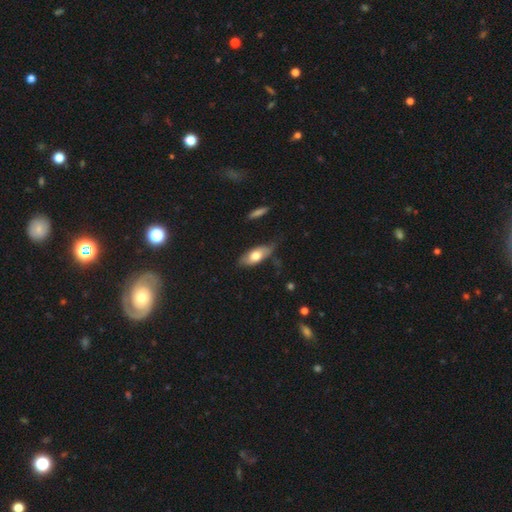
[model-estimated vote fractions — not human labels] Smooth or featured? Predicted: smooth (p=0.66). How rounded? Predicted: in between (p=0.83). Merging? Predicted: none (p=0.59).